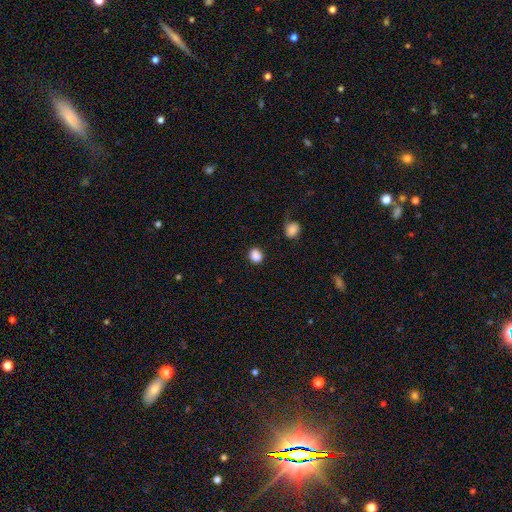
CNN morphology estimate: Q: Smooth or featured?
A: smooth (85%); runner-up: star or artifact (11%)
Q: How rounded?
A: round (68%); runner-up: in between (31%)
Q: Merging?
A: none (80%); runner-up: minor disturbance (12%)